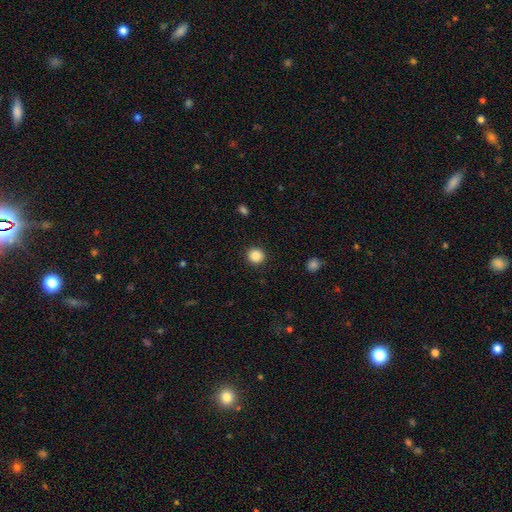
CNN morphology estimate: A smooth galaxy with no disk features (86%) that is round (91%).

Vote fractions:
- Smooth or featured? smooth: 86% / star or artifact: 10% / featured or disk: 4%
- How rounded? round: 91% / in between: 8% / cigar-shaped: 1%
- Merging? none: 92% / minor disturbance: 5% / major disturbance: 2% / merger: 1%